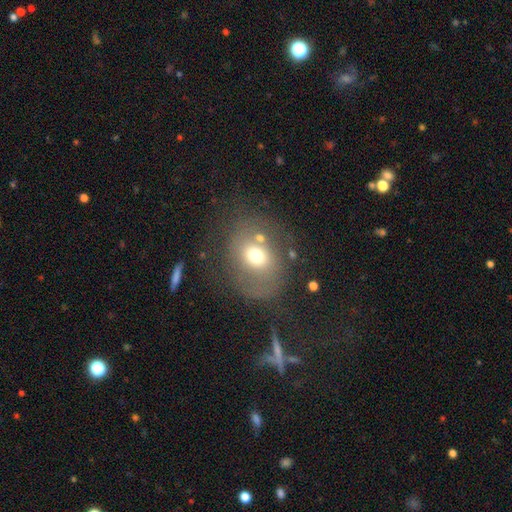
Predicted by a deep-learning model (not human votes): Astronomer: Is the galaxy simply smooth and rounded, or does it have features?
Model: smooth — 56%.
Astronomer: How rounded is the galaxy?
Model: round — 56% (runner-up: in between, 43%).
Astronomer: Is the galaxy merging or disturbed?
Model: none — 52%.